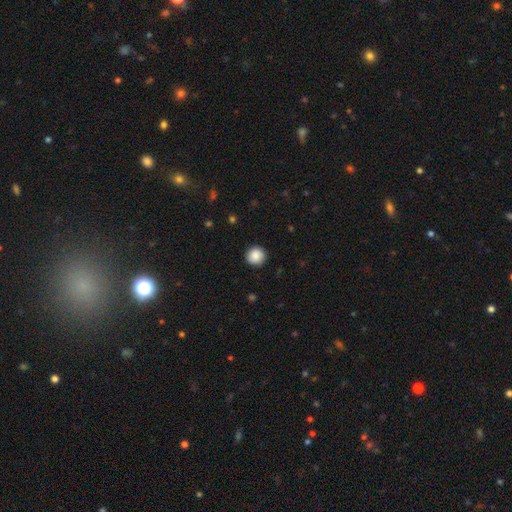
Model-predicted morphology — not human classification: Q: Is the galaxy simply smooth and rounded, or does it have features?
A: smooth — 88%.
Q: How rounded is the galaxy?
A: round — 94%.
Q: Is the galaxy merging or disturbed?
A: none — 90%.